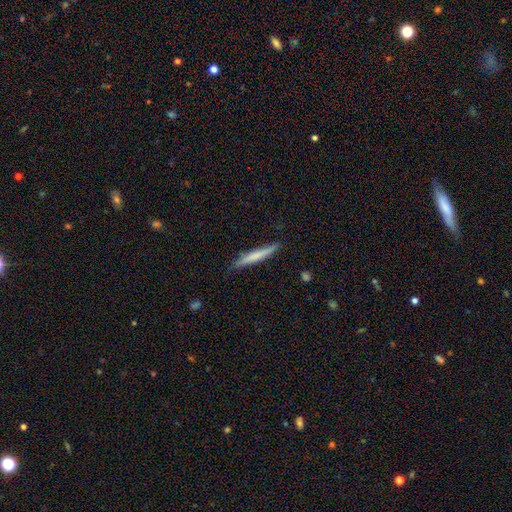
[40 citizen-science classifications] Smooth or featured? 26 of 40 (65%) said smooth. How rounded? 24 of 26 (92%) said cigar-shaped. Merging? 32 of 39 (82%) said none.